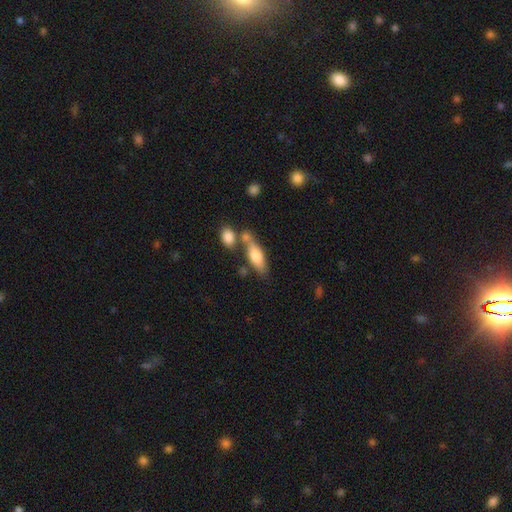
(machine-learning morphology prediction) This appears to be a smooth galaxy with no disk features (68%) that is in between round and cigar-shaped (63%). Merging: none (52%).